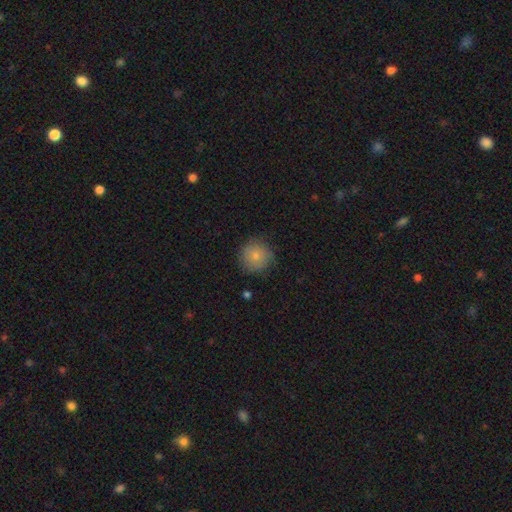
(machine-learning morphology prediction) The model was most divided on "merging": none: 82%, minor disturbance: 14%, major disturbance: 3%, merger: 1%. More confident: how rounded — round (94%); smooth or featured — smooth (80%).